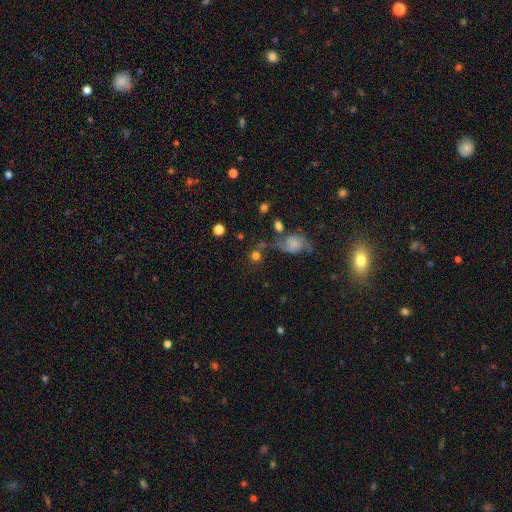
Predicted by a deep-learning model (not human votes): A smooth galaxy with no disk features (73%) that is round (88%).

Vote fractions:
- Smooth or featured? smooth: 73% / featured or disk: 14% / star or artifact: 13%
- How rounded? round: 88% / in between: 11% / cigar-shaped: 1%
- Merging? none: 59% / merger: 20% / minor disturbance: 13% / major disturbance: 9%